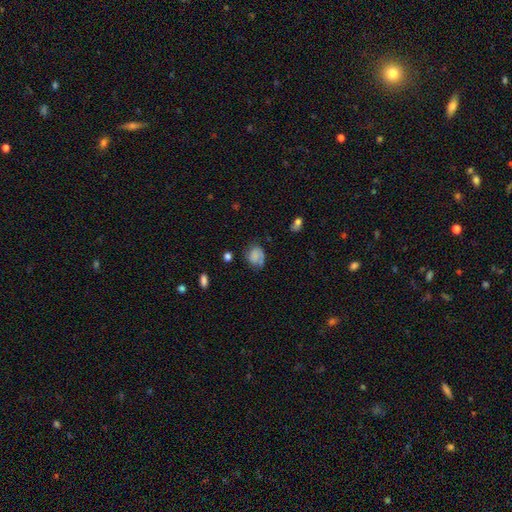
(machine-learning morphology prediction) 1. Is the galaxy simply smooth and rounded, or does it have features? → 61% smooth, 28% featured or disk, 10% star or artifact.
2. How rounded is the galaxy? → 51% in between, 48% round, 1% cigar-shaped.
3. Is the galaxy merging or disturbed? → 50% none, 29% minor disturbance, 18% major disturbance, 4% merger.